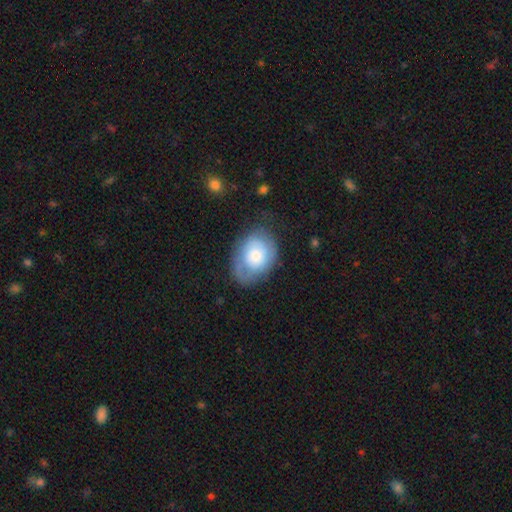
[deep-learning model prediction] smooth_or_featured: featured or disk (p=0.49) [alt: smooth p=0.44]
merging: none (p=0.63) [alt: minor disturbance p=0.24]